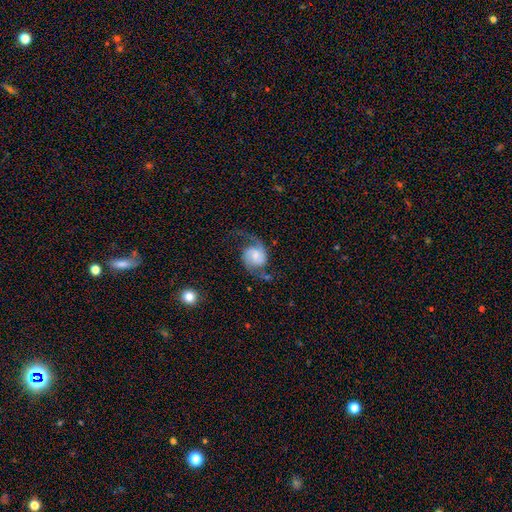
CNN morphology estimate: This appears to be a featured or disk galaxy (82%) with no bar (59%), 2 (92%) loose (48%) spiral arms (96%) and a small central bulge (37%). Merging: none (63%).